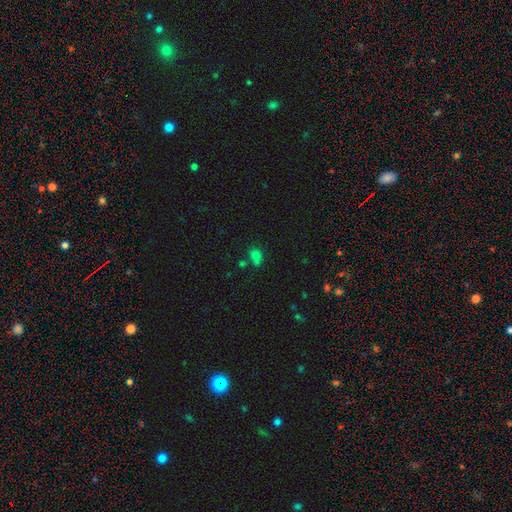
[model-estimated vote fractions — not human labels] The model was most divided on "how rounded": round: 58%, in between: 40%, cigar-shaped: 1%. Remaining: smooth or featured — smooth (71%); merging — none (49%).